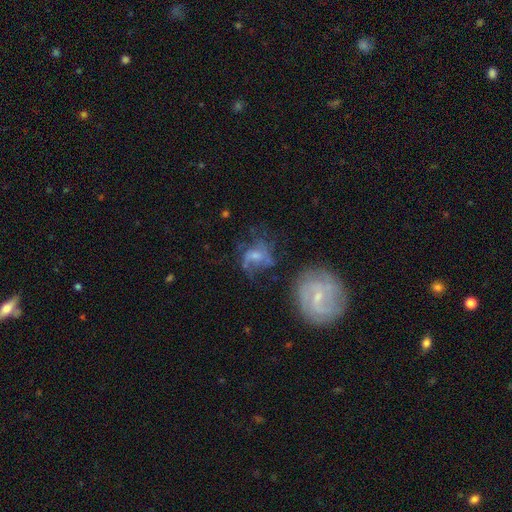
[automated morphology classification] A featured or disk galaxy (61%) with no bar (54%), spiral arms (73%) and a small central bulge (43%). Merging: none (40%).